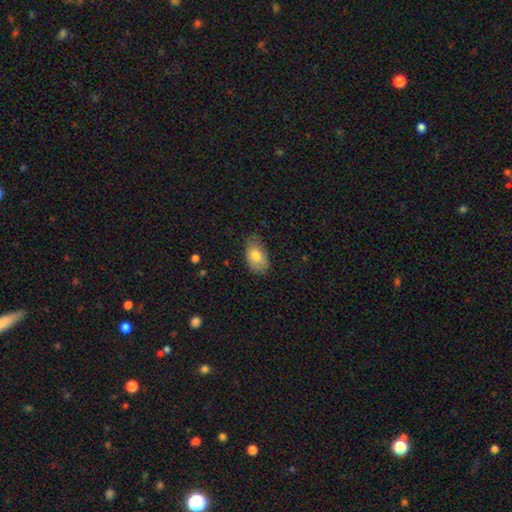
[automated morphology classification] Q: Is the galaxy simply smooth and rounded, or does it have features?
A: smooth — 76%.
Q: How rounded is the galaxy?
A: in between — 91%.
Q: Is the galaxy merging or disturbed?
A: none — 67%.